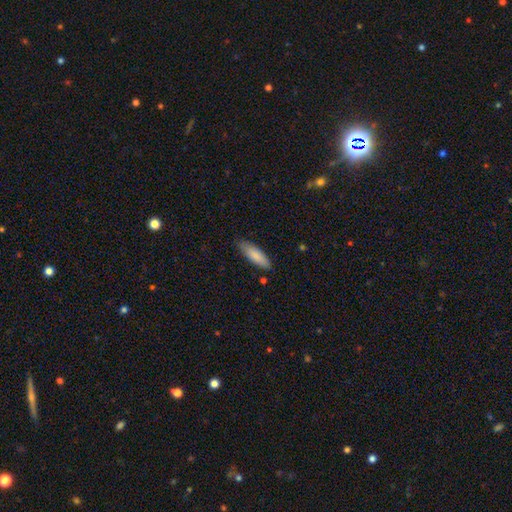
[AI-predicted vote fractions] smooth_or_featured: smooth (p=0.83) [alt: featured or disk p=0.11]
how_rounded: in between (p=0.50) [alt: cigar-shaped p=0.48]
merging: none (p=0.82) [alt: minor disturbance p=0.14]